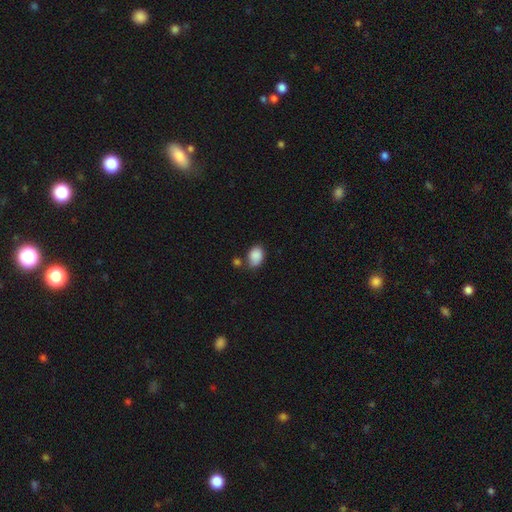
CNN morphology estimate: The model was most divided on "merging": none: 57%, minor disturbance: 23%, merger: 14%, major disturbance: 6%. More confident: smooth or featured — smooth (87%); how rounded — in between (79%).